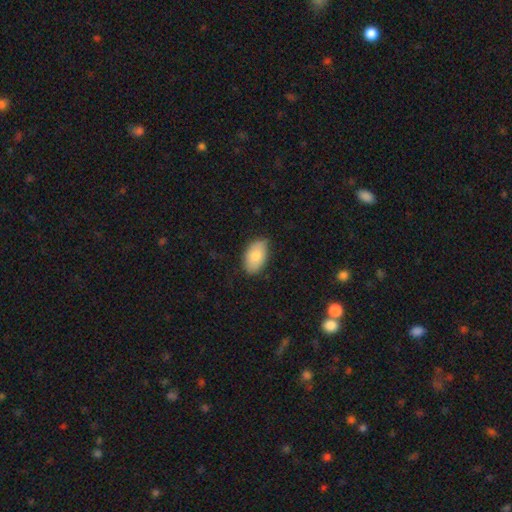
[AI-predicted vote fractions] The model was most divided on "merging": none: 77%, minor disturbance: 19%, major disturbance: 3%, merger: 1%. More confident: how rounded — in between (93%); smooth or featured — smooth (82%).